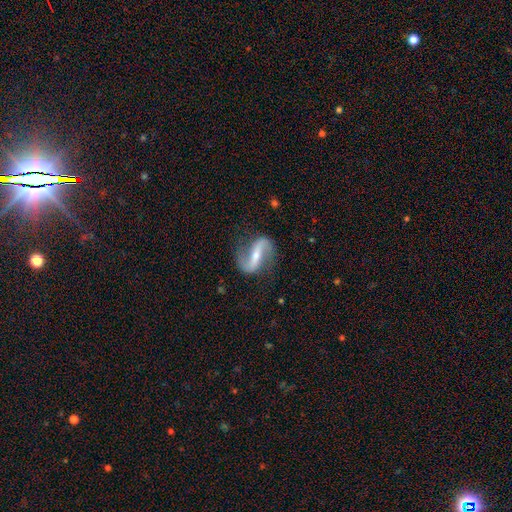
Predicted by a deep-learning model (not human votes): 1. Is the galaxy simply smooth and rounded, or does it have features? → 88% featured or disk, 7% smooth, 5% star or artifact.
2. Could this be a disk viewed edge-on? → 95% no, 5% yes.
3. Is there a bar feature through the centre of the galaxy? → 58% strong, 25% weak, 17% no.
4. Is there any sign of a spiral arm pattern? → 95% yes, 5% no.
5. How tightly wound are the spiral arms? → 68% loose, 24% medium, 8% tight.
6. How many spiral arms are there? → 93% 2, 2% 1, 2% can't tell, 1% 3, 1% 4, 1% more than 4.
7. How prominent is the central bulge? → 58% small, 36% moderate, 3% none, 2% large, 1% dominant.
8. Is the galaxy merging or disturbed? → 81% none, 13% minor disturbance, 5% major disturbance, 1% merger.